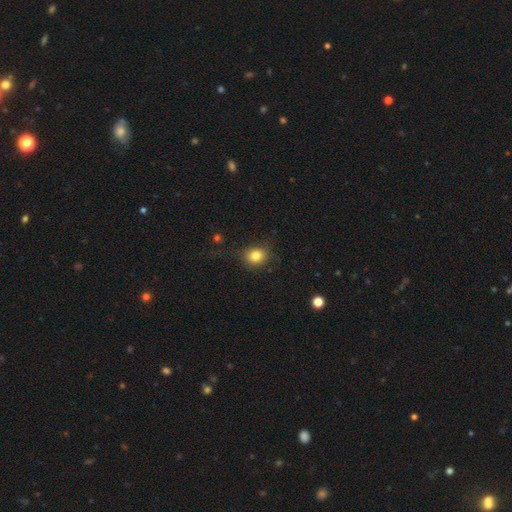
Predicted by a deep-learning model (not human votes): A smooth galaxy with no disk features (82%) that is round (73%). Merging: none (77%).